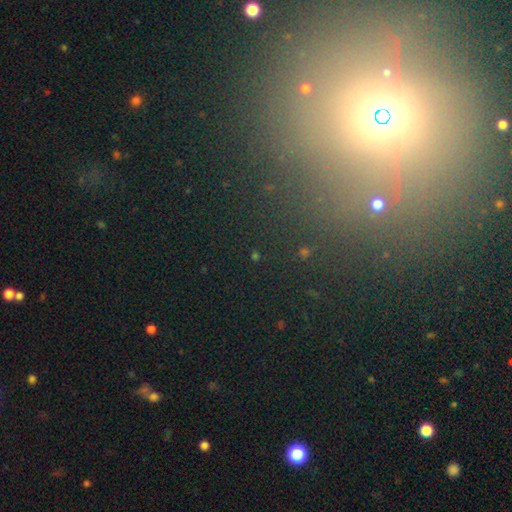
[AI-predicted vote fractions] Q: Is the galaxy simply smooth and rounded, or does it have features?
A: star or artifact — 63%.